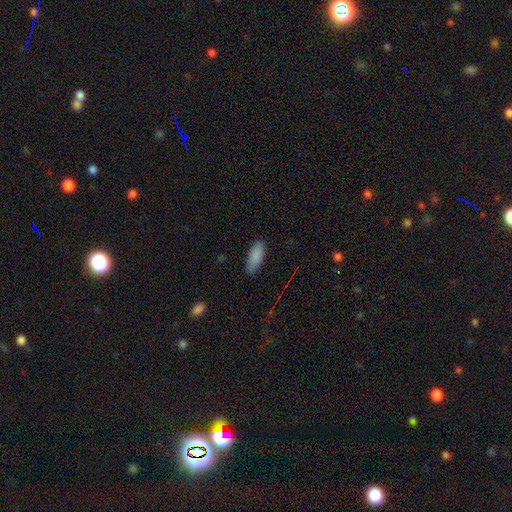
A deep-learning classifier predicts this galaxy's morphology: Overall: smooth (88%). How rounded: in between (79%). Merging: none (83%).